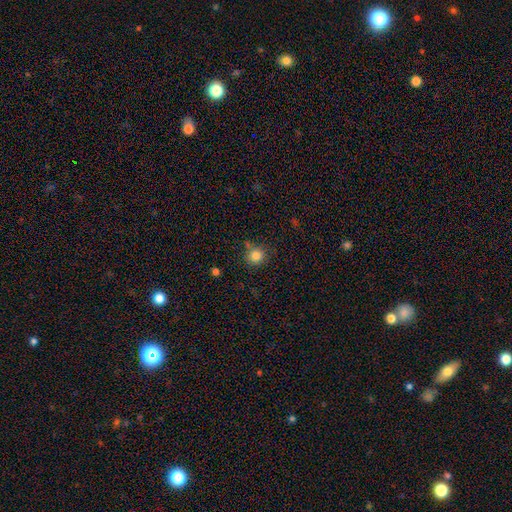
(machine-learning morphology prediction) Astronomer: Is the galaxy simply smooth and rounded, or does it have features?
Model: smooth — 83%.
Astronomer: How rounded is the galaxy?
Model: round — 90%.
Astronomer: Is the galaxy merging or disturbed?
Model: none — 76%.